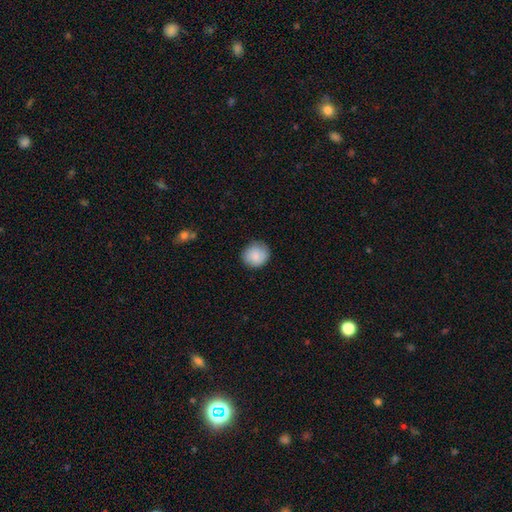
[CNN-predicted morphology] A smooth galaxy with no disk features (82%) that is round (86%). Merging: none (81%).